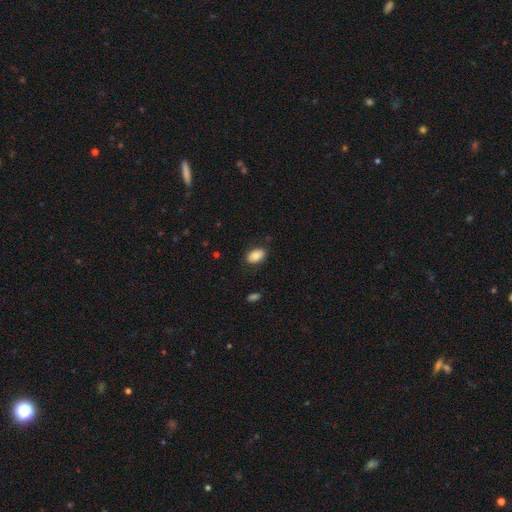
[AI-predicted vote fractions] Smooth or featured?
  - smooth: 81% *
  - featured or disk: 12%
  - star or artifact: 8%
How rounded?
  - in between: 90% *
  - round: 9%
  - cigar-shaped: 1%
Merging?
  - none: 82% *
  - minor disturbance: 14%
  - major disturbance: 3%
  - merger: 1%